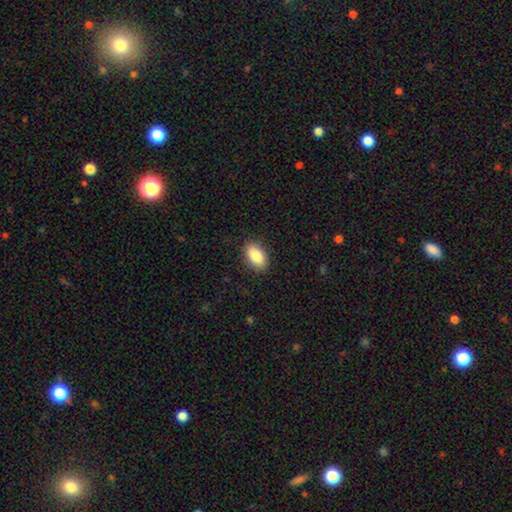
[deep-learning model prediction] Morphology: type=smooth (86%); roundness=in between (92%); merging=none (88%).